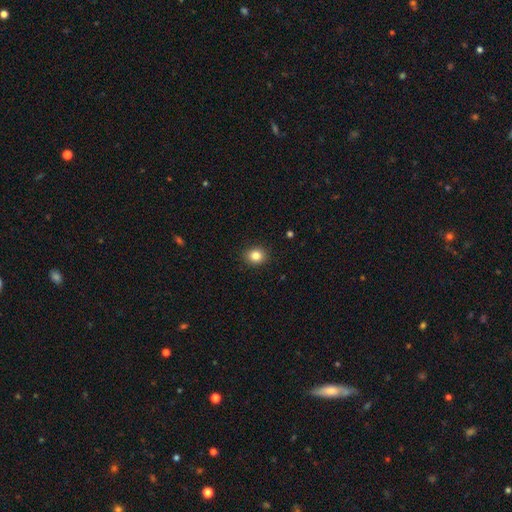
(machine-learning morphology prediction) Smooth or featured?
  - smooth: 84% *
  - star or artifact: 11%
  - featured or disk: 6%
How rounded?
  - round: 70% *
  - in between: 29%
  - cigar-shaped: 1%
Merging?
  - none: 90% *
  - minor disturbance: 7%
  - major disturbance: 2%
  - merger: 1%